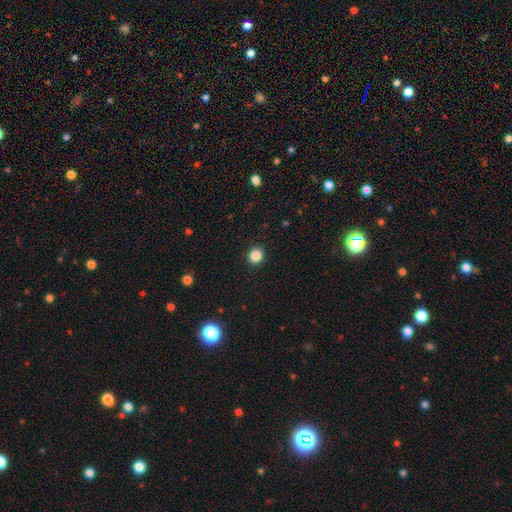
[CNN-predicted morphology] This appears to be a smooth galaxy with no disk features (86%) that is round (83%). Merging: none (92%).